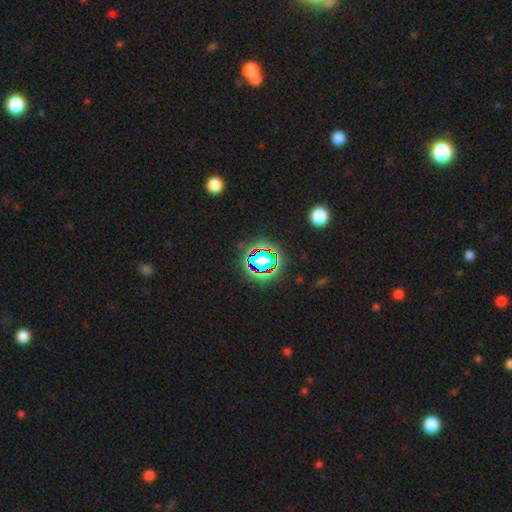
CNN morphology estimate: The model was most divided on "smooth or featured": star or artifact: 75%, smooth: 17%, featured or disk: 9%.